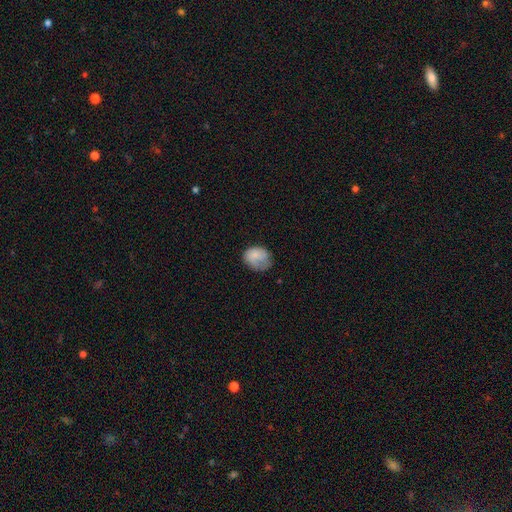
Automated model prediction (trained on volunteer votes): The model was most divided on "how rounded": round: 50%, in between: 49%, cigar-shaped: 1%. More confident: smooth or featured — smooth (80%); merging — none (52%).